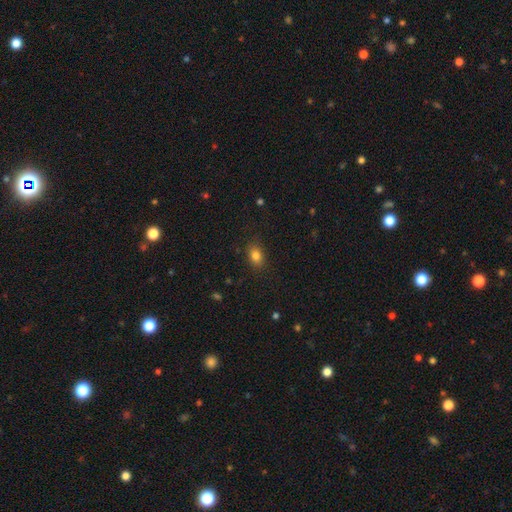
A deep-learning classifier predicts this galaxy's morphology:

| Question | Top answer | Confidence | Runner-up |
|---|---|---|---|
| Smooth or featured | smooth | 83% | star or artifact (10%) |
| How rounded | in between | 74% | round (24%) |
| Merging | none | 85% | minor disturbance (11%) |